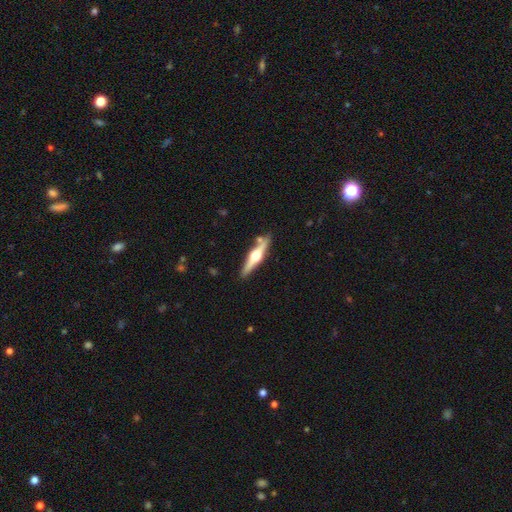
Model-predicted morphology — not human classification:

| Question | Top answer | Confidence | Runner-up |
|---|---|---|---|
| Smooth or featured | featured or disk | 75% | smooth (20%) |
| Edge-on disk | yes | 98% | no (2%) |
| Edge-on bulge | rounded | 96% | boxy (3%) |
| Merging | none | 85% | minor disturbance (9%) |